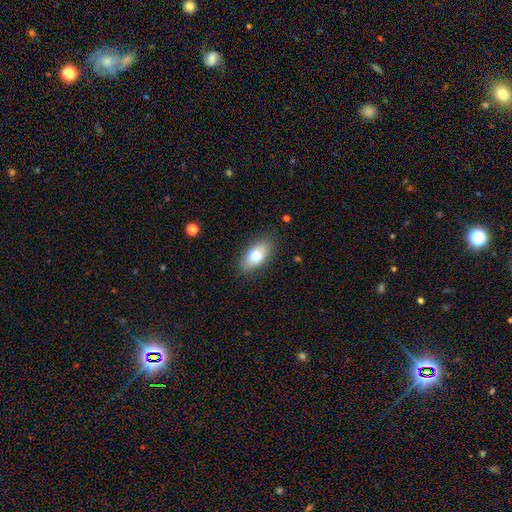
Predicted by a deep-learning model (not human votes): Smooth or featured? smooth (76%)
How rounded? in between (89%)
Merging? none (84%)